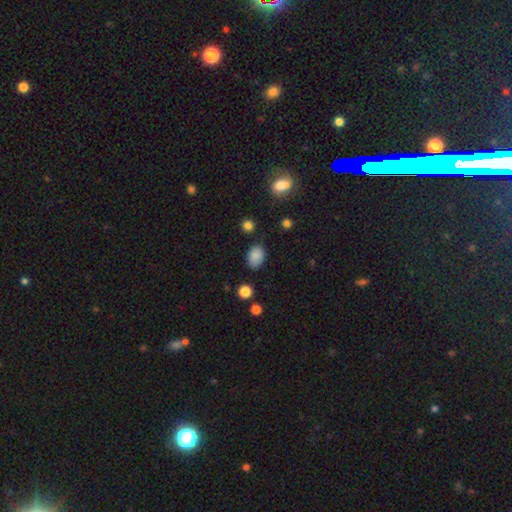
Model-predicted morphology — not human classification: smooth-or-featured: smooth: 86% | star or artifact: 10% | featured or disk: 5%
  how-rounded: in between: 76% | round: 23% | cigar-shaped: 1%
  merging: none: 76% | minor disturbance: 18% | major disturbance: 4% | merger: 2%